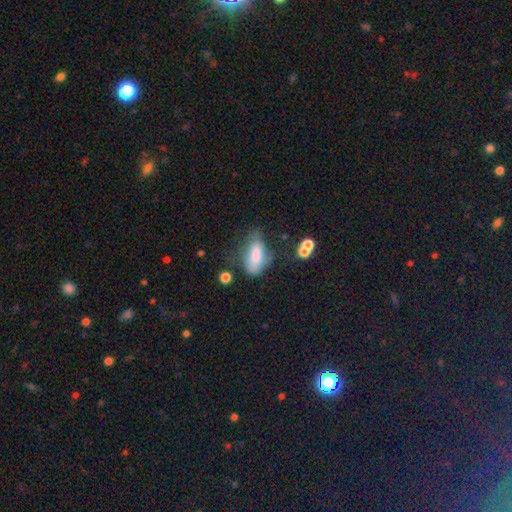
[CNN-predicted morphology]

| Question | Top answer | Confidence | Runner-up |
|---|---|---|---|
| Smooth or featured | smooth | 71% | featured or disk (20%) |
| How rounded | in between | 84% | cigar-shaped (12%) |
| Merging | none | 35% | minor disturbance (31%) |